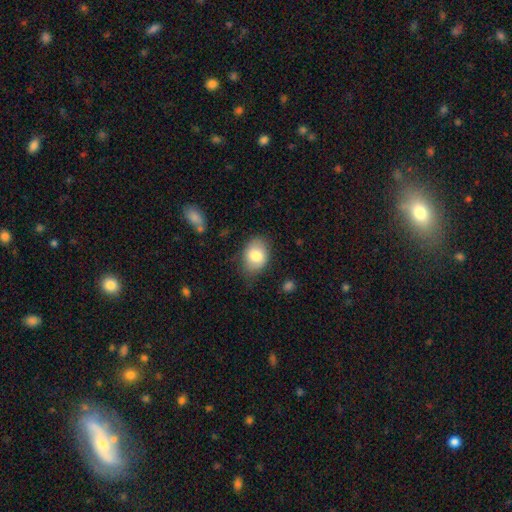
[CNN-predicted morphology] The model was most divided on "how rounded": in between: 71%, round: 27%, cigar-shaped: 1%. More confident: smooth or featured — smooth (80%); merging — none (74%).